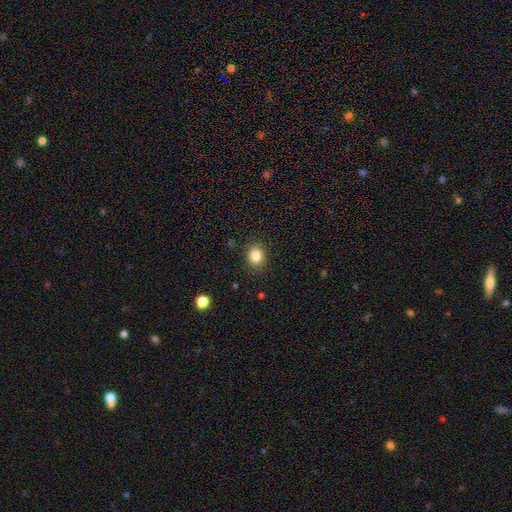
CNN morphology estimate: This is clearly a smooth galaxy (84%). How rounded: likely round (66%). Merging: clearly none (88%).